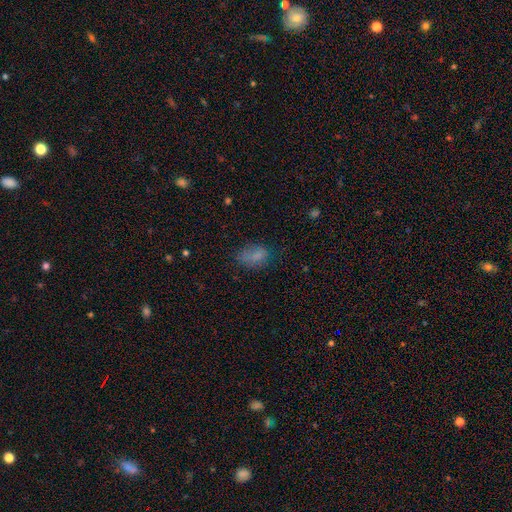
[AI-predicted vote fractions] The model was most divided on "merging": none: 56%, minor disturbance: 27%, major disturbance: 14%, merger: 3%. More confident: how rounded — in between (85%); smooth or featured — smooth (75%).